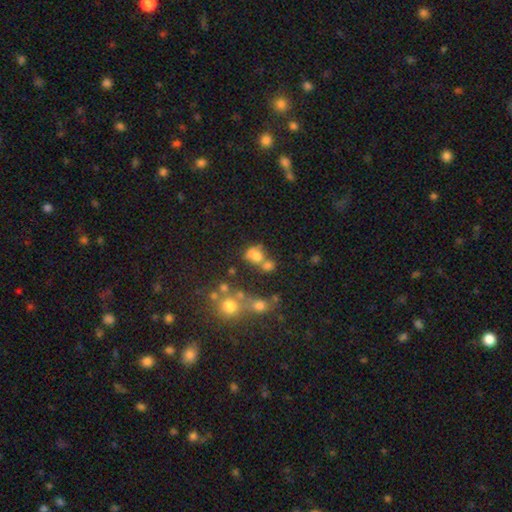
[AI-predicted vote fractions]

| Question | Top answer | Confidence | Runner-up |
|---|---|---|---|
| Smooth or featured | smooth | 65% | featured or disk (18%) |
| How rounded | in between | 51% | round (47%) |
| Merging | merger | 43% | none (32%) |